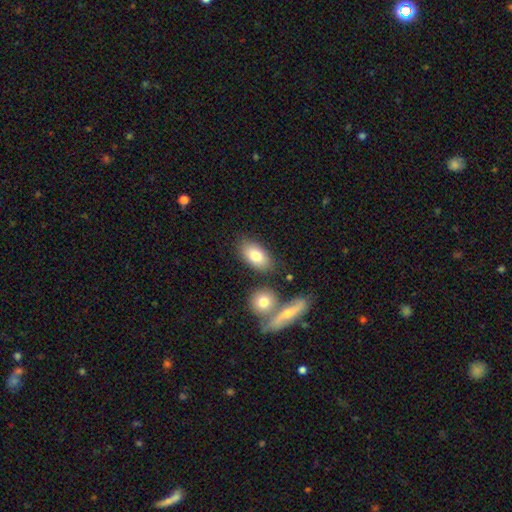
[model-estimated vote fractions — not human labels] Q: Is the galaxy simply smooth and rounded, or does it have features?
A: smooth — 78%.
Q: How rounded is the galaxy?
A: in between — 90%.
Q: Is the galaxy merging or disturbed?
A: none — 74%.